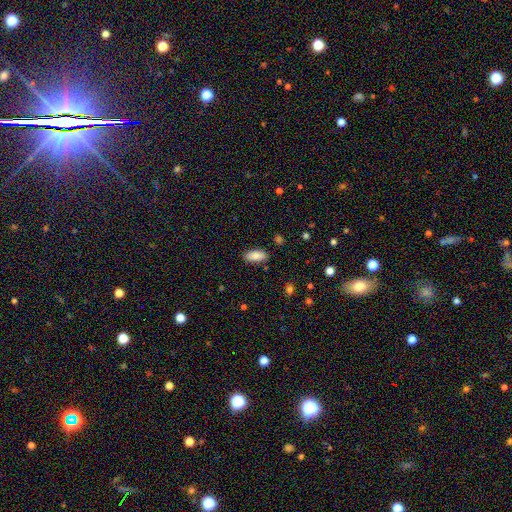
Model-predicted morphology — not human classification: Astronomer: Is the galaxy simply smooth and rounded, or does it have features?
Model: smooth — 85%.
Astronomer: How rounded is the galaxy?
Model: in between — 89%.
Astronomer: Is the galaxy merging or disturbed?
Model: none — 85%.